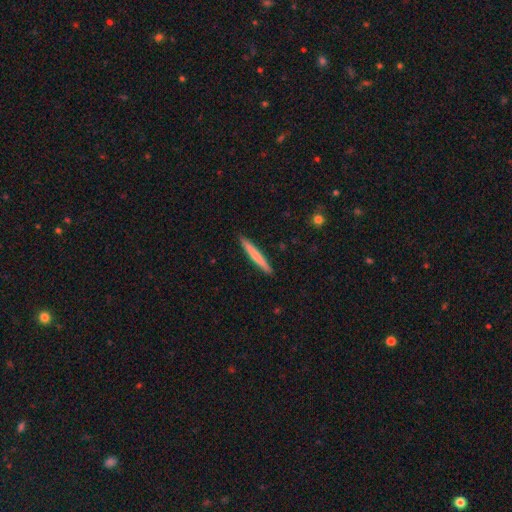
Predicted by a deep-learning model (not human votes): The model was most divided on "smooth or featured": smooth: 69%, featured or disk: 26%, star or artifact: 5%. More confident: how rounded — cigar-shaped (97%); merging — none (92%).